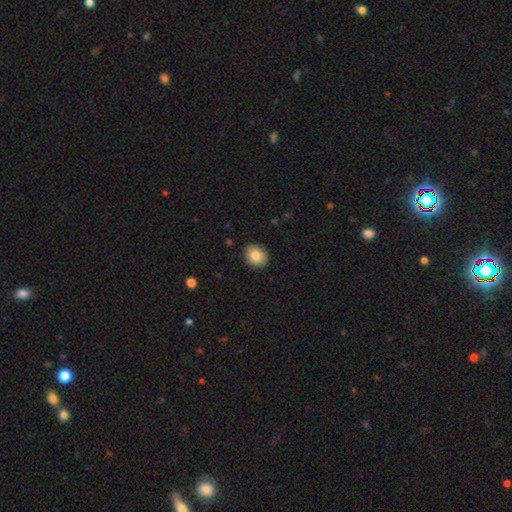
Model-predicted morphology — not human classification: A smooth galaxy with no disk features (86%) that is round (59%).

Vote fractions:
- Smooth or featured? smooth: 86% / star or artifact: 8% / featured or disk: 6%
- How rounded? round: 59% / in between: 40% / cigar-shaped: 1%
- Merging? none: 87% / minor disturbance: 10% / major disturbance: 2% / merger: 1%